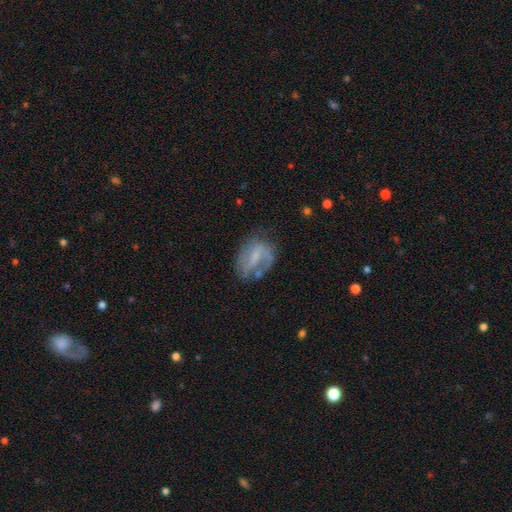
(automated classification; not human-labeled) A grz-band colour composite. It shows a featured or disk galaxy (61%) with a weak bar (45%), spiral arms (68%) and no central bulge (40%). Merging: none (48%).